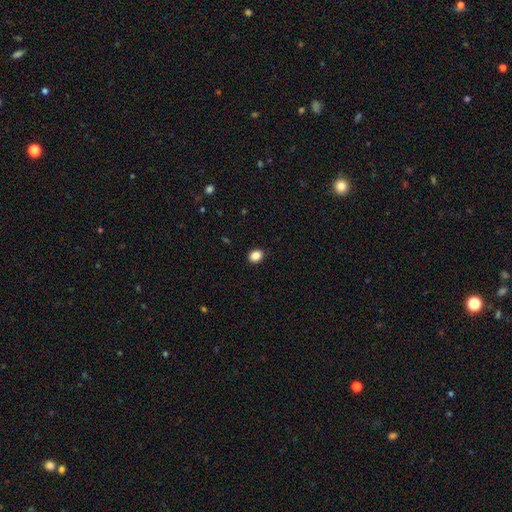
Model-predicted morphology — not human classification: Smooth or featured?
  - smooth: 86% *
  - star or artifact: 10%
  - featured or disk: 4%
How rounded?
  - round: 53% *
  - in between: 46%
  - cigar-shaped: 1%
Merging?
  - none: 90% *
  - minor disturbance: 7%
  - major disturbance: 2%
  - merger: 1%